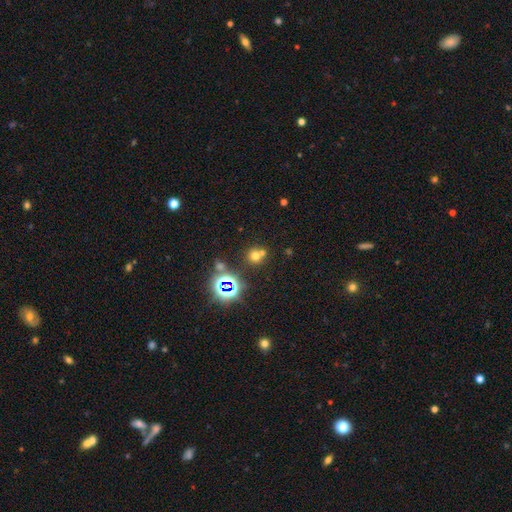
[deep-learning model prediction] The model was most divided on "merging": none: 56%, merger: 33%, minor disturbance: 8%, major disturbance: 3%. More confident: how rounded — round (88%); smooth or featured — smooth (58%).